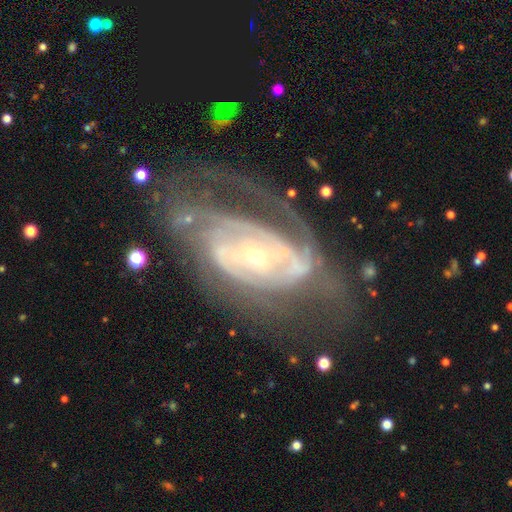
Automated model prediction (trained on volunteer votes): Morphology: type=featured or disk (86%); edge-on=no (95%); bar=no (57%); spiral arms=yes (90%); winding=tight (53%); arm count=can't tell (35%); bulge=small (71%); merging=none (45%).